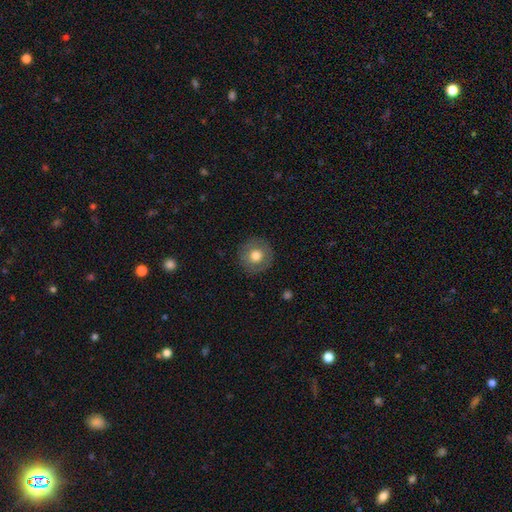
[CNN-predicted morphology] The model was most divided on "smooth or featured": smooth: 72%, featured or disk: 20%, star or artifact: 9%. More confident: how rounded — round (95%); merging — none (89%).